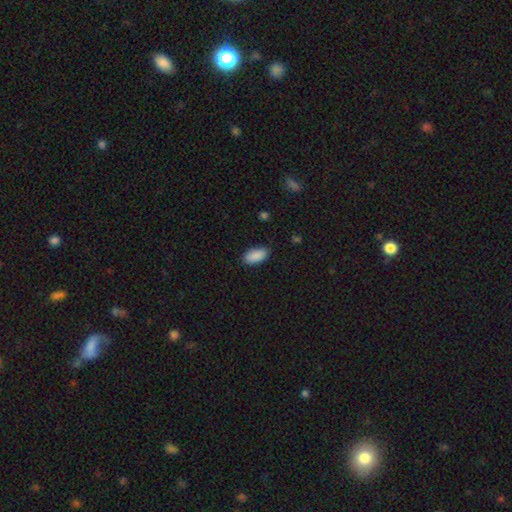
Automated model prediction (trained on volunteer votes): Overall: smooth (90%). How rounded: in between (91%). Merging: none (83%).